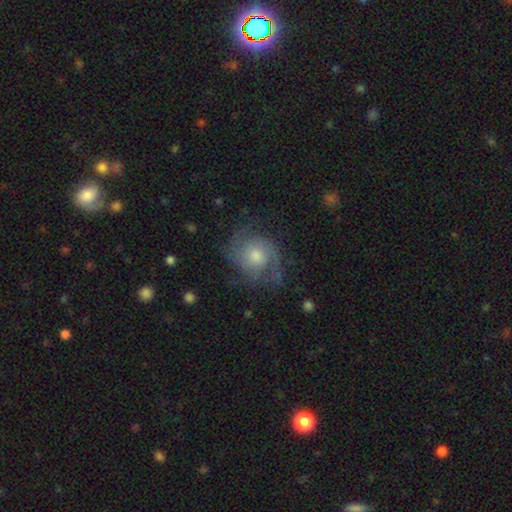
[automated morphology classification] Smooth or featured? Predicted: featured or disk (p=0.74). Edge-on disk? Predicted: no (p=0.98). Bar? Predicted: no (p=0.75). Spiral arms? Predicted: yes (p=0.93). Spiral winding? Predicted: medium (p=0.45). Spiral arm count? Predicted: 2 (p=0.45). Bulge size? Predicted: moderate (p=0.59). Merging? Predicted: none (p=0.68).